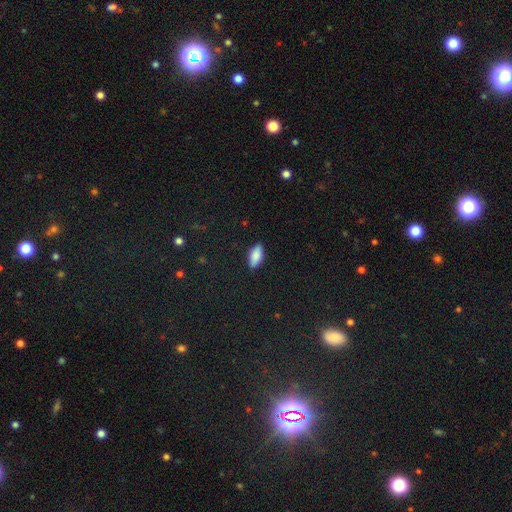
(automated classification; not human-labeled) smooth_or_featured: smooth (p=0.84) [alt: featured or disk p=0.09]
how_rounded: in between (p=0.89) [alt: cigar-shaped p=0.09]
merging: none (p=0.86) [alt: minor disturbance p=0.11]